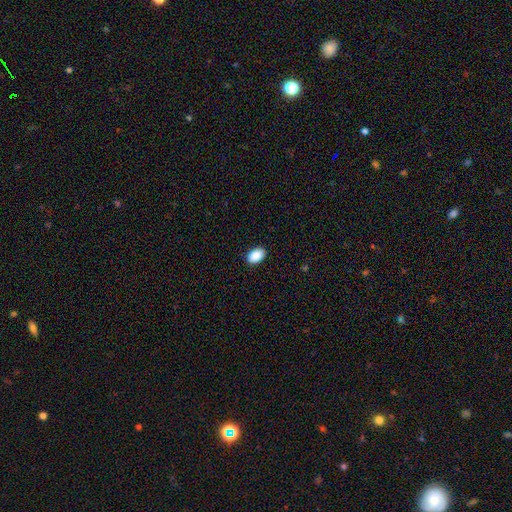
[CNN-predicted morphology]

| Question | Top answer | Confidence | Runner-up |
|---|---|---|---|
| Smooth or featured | smooth | 90% | star or artifact (7%) |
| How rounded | in between | 88% | round (11%) |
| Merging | none | 89% | minor disturbance (8%) |